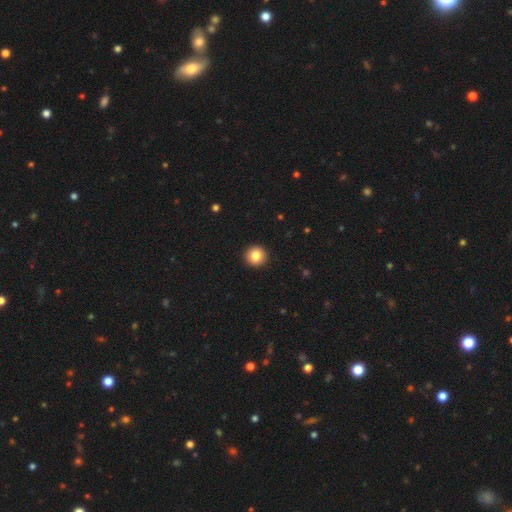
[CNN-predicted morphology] This appears to be a smooth galaxy with no disk features (84%) that is round (95%). Merging: none (94%).